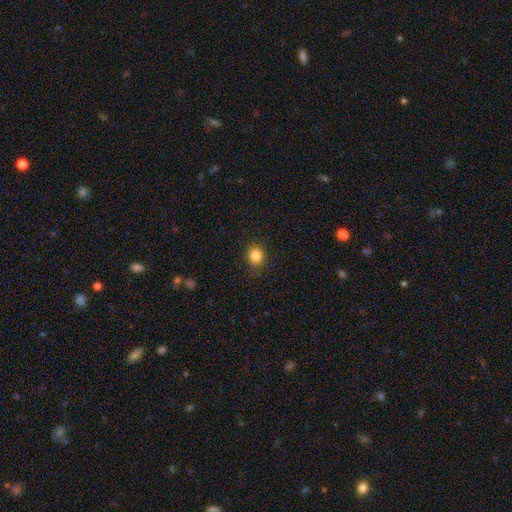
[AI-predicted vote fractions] Smooth or featured? Predicted: smooth (p=0.84). How rounded? Predicted: round (p=0.72). Merging? Predicted: none (p=0.85).